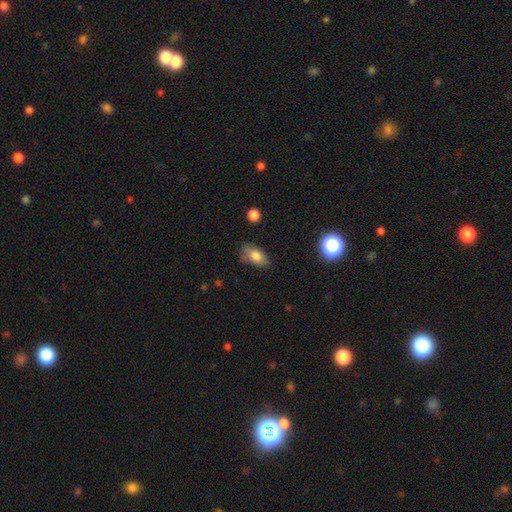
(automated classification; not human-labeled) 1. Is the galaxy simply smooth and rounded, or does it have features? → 79% smooth, 11% featured or disk, 9% star or artifact.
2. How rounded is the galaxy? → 88% in between, 8% round, 3% cigar-shaped.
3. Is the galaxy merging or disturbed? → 68% none, 24% minor disturbance, 5% major disturbance, 2% merger.